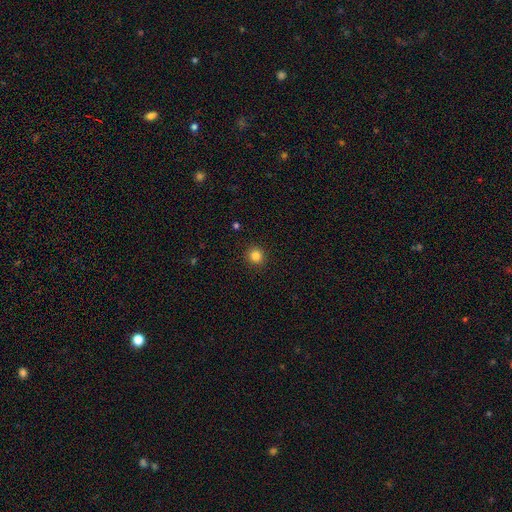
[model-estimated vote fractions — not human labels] Smooth or featured: smooth — 84% (star or artifact — 12%)
How rounded: round — 92% (in between — 7%)
Merging: none — 92% (minor disturbance — 5%)